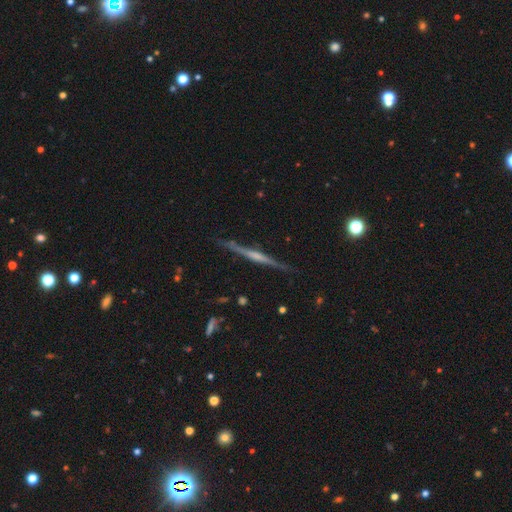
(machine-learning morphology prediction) Smooth or featured? Predicted: featured or disk (p=0.79). Edge-on disk? Predicted: yes (p=0.98). Edge-on bulge? Predicted: rounded (p=0.51). Merging? Predicted: none (p=0.88).